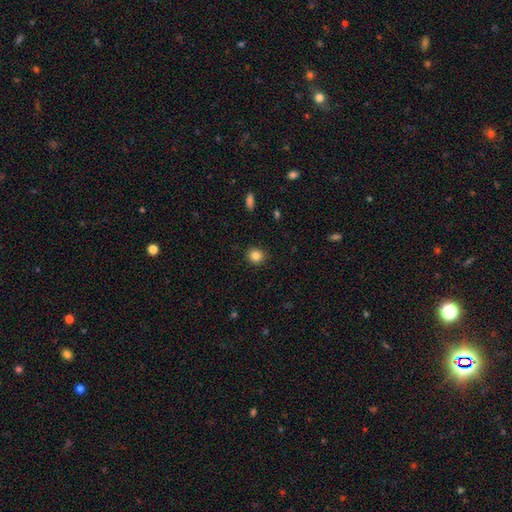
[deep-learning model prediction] This is clearly a smooth galaxy (85%). How rounded: clearly round (84%). Merging: clearly none (91%).